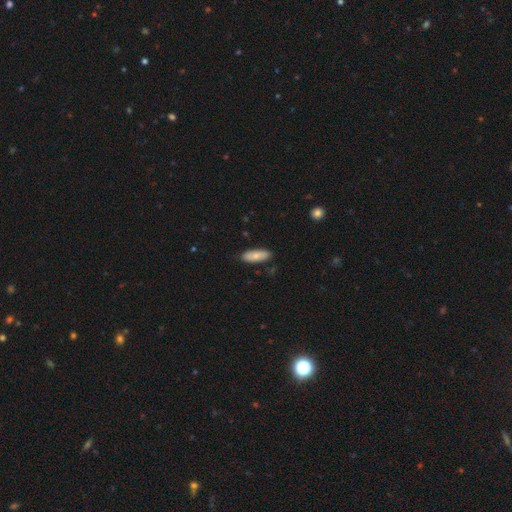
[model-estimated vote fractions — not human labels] Smooth or featured? Predicted: smooth (p=0.73). How rounded? Predicted: in between (p=0.73). Merging? Predicted: none (p=0.85).